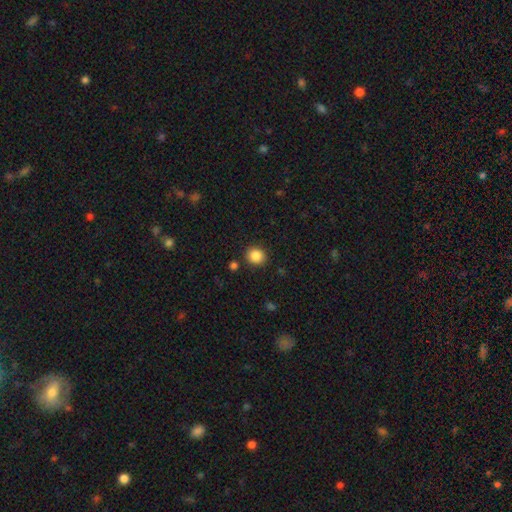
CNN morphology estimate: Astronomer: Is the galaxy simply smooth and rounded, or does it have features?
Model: smooth — 86%.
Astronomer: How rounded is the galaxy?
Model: round — 84%.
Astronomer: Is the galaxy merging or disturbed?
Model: none — 88%.